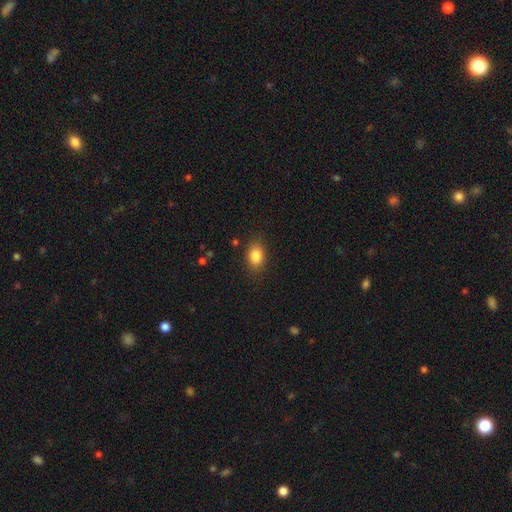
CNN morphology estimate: smooth-or-featured: smooth: 85% | star or artifact: 9% | featured or disk: 6%
  how-rounded: in between: 75% | round: 23% | cigar-shaped: 2%
  merging: none: 83% | minor disturbance: 12% | major disturbance: 3% | merger: 1%